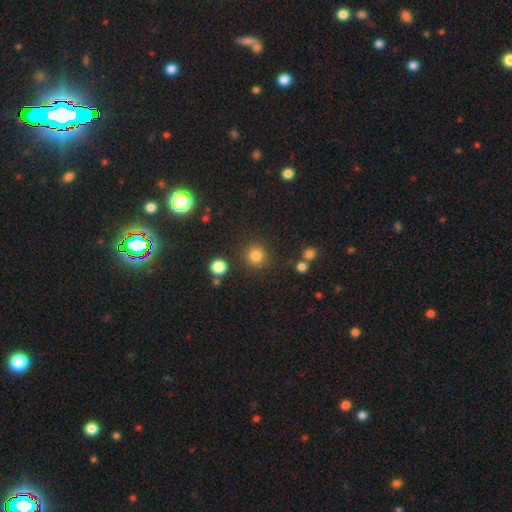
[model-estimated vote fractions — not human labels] Smooth or featured? smooth (82%)
How rounded? round (92%)
Merging? none (85%)